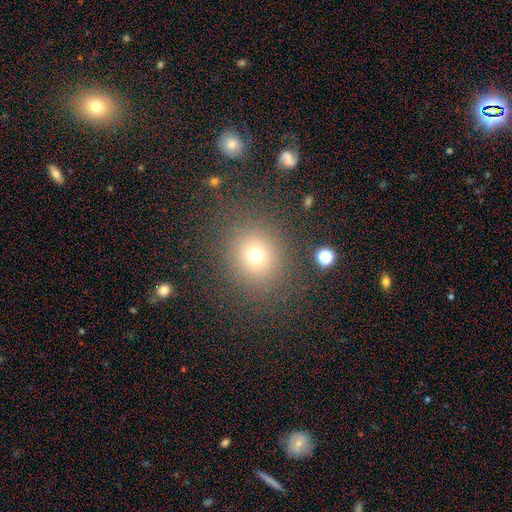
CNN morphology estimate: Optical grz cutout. It shows a smooth galaxy with no disk features (70%) that is round (82%). Merging: none (84%).